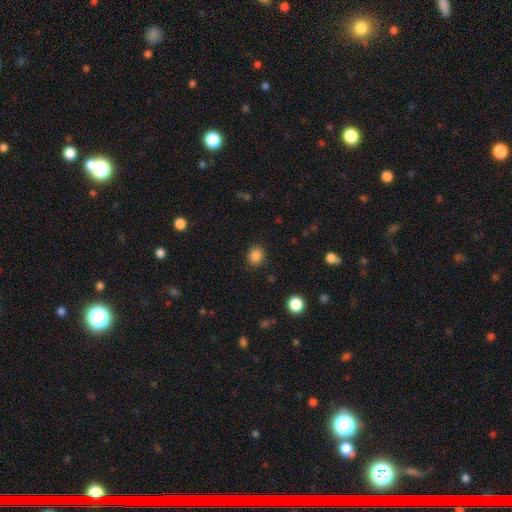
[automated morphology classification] This appears to be a smooth galaxy with no disk features (86%) that is round (74%). Merging: none (88%).